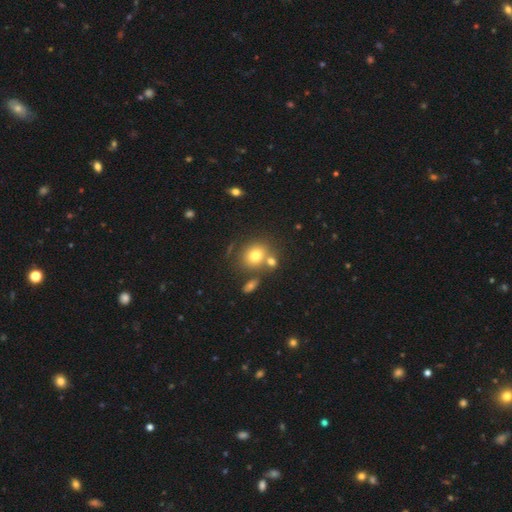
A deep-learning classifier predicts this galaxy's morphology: A smooth galaxy with no disk features (75%) that is round (70%). Merging: none (62%).